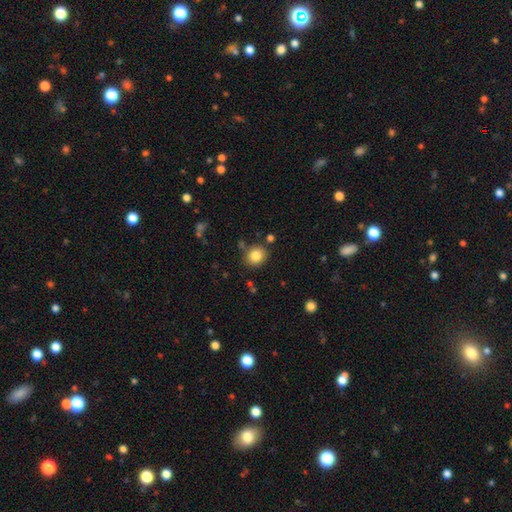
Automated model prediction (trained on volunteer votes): smooth-or-featured: smooth: 83% | star or artifact: 10% | featured or disk: 7%
  how-rounded: round: 80% | in between: 19% | cigar-shaped: 1%
  merging: none: 82% | minor disturbance: 10% | merger: 5% | major disturbance: 3%